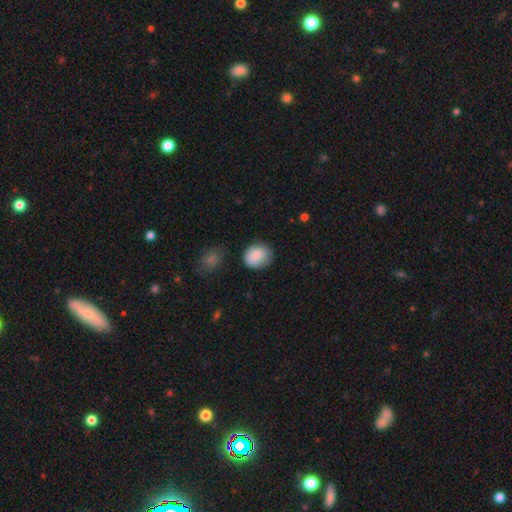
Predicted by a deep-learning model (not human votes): Smooth or featured? smooth (85%)
How rounded? round (67%)
Merging? none (71%)